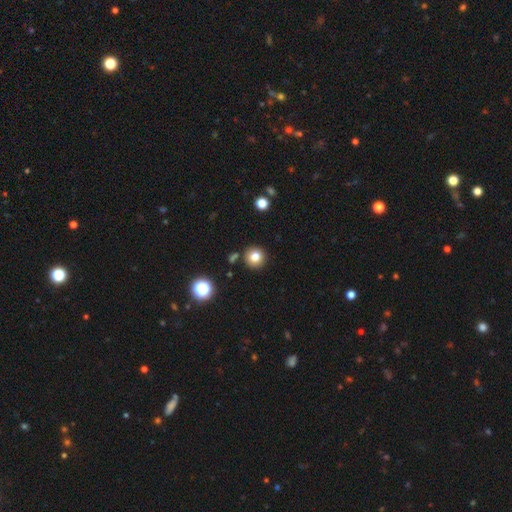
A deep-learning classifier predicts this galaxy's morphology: A smooth galaxy with no disk features (79%) that is round (93%). Merging: none (86%).